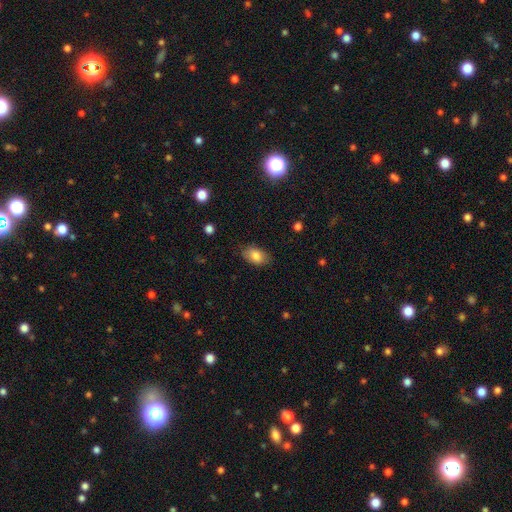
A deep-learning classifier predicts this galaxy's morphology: Smooth or featured? smooth (83%)
How rounded? in between (91%)
Merging? none (82%)